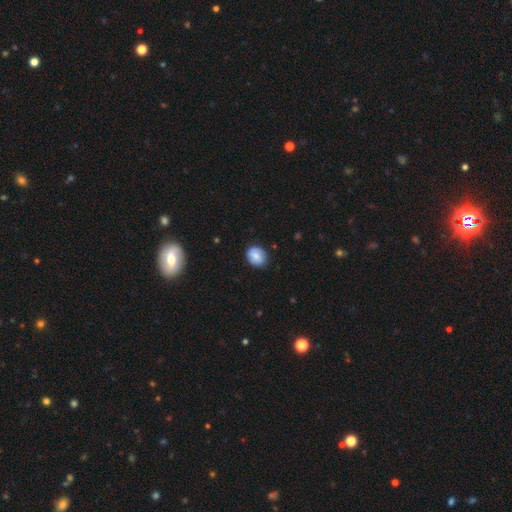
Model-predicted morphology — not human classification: Smooth or featured?
  - smooth: 79% *
  - featured or disk: 13%
  - star or artifact: 8%
How rounded?
  - round: 62% *
  - in between: 37%
  - cigar-shaped: 1%
Merging?
  - none: 82% *
  - minor disturbance: 14%
  - major disturbance: 3%
  - merger: 1%